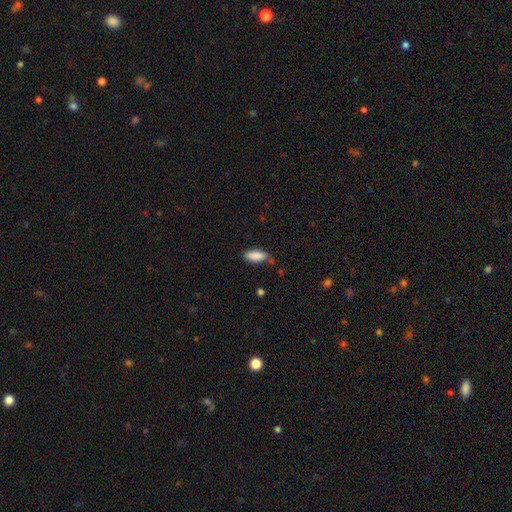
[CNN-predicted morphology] Smooth or featured? smooth (87%)
How rounded? in between (79%)
Merging? none (64%)